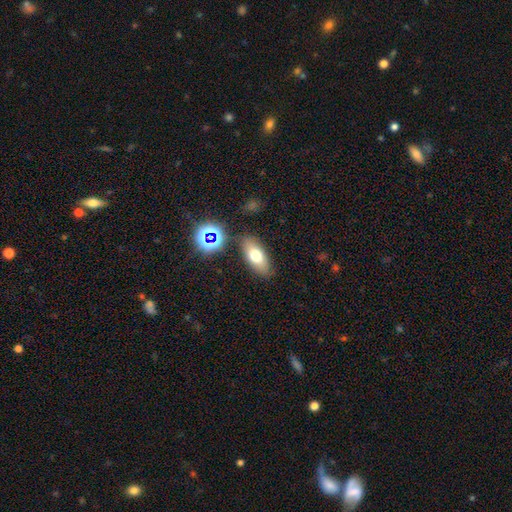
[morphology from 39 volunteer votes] Q: Smooth or featured?
A: smooth (72%); runner-up: featured or disk (18%)
Q: How rounded?
A: in between (86%); runner-up: cigar-shaped (11%)
Q: Merging?
A: none (91%); runner-up: merger (6%)